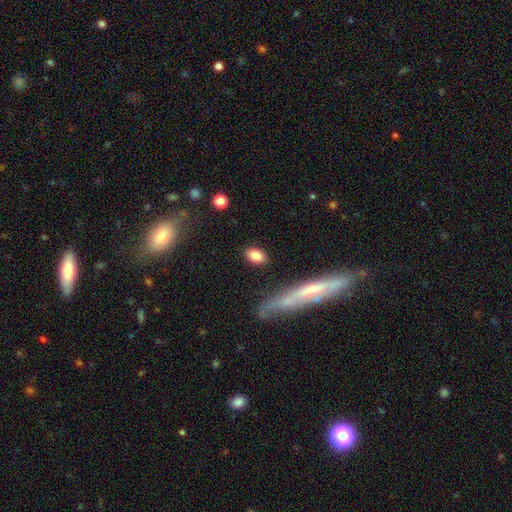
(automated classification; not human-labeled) smooth-or-featured: smooth: 83% | featured or disk: 9% | star or artifact: 8%
  how-rounded: in between: 86% | round: 11% | cigar-shaped: 3%
  merging: none: 86% | minor disturbance: 9% | major disturbance: 3% | merger: 2%